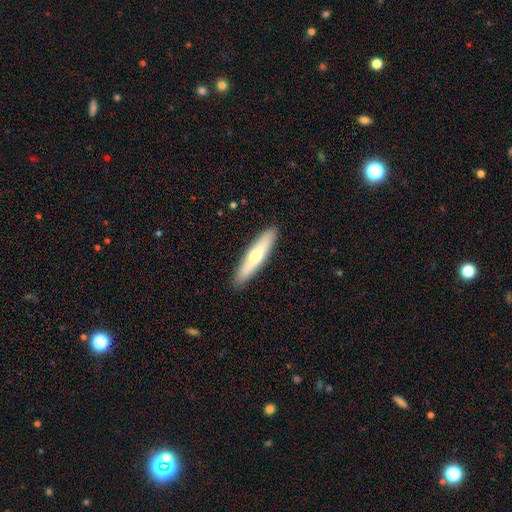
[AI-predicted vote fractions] This appears to be a smooth galaxy with no disk features (56%) that is cigar-shaped (83%). Merging: none (91%).